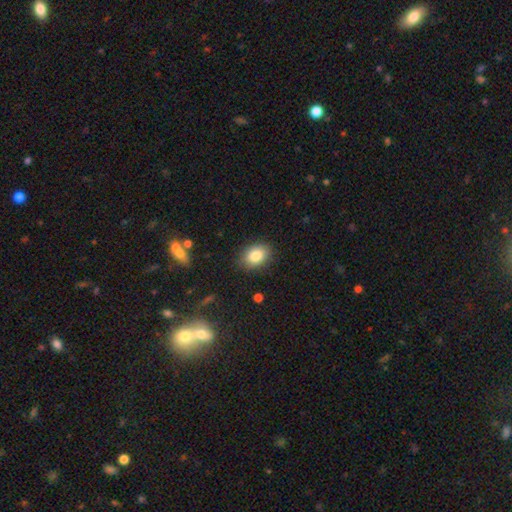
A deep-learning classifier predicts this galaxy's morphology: A smooth galaxy with no disk features (84%) that is in between round and cigar-shaped (74%).

Vote fractions:
- Smooth or featured? smooth: 84% / star or artifact: 8% / featured or disk: 7%
- How rounded? in between: 74% / round: 25% / cigar-shaped: 1%
- Merging? none: 86% / minor disturbance: 10% / major disturbance: 3% / merger: 1%